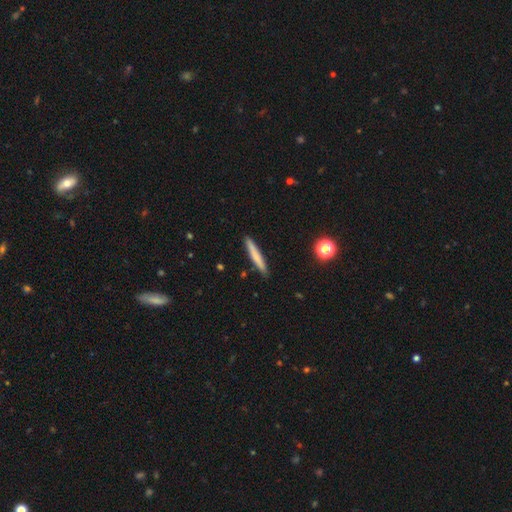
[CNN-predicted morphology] type=smooth (73%); roundness=cigar-shaped (95%); merging=none (90%).